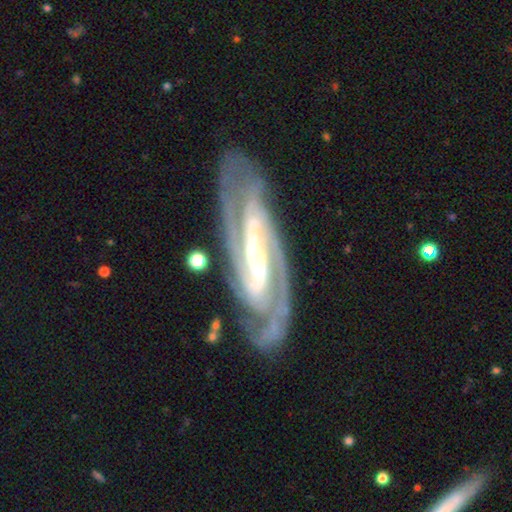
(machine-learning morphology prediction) Q: Smooth or featured?
A: featured or disk (92%); runner-up: star or artifact (5%)
Q: Edge-on disk?
A: no (93%); runner-up: yes (7%)
Q: Bar?
A: strong (58%); runner-up: weak (27%)
Q: Spiral arms?
A: yes (98%); runner-up: no (2%)
Q: Spiral winding?
A: medium (47%); runner-up: tight (45%)
Q: Spiral arm count?
A: 2 (77%); runner-up: 3 (10%)
Q: Bulge size?
A: small (58%); runner-up: moderate (35%)
Q: Merging?
A: none (79%); runner-up: minor disturbance (14%)